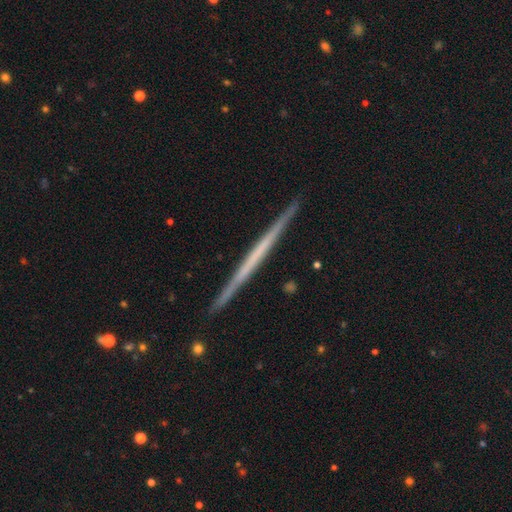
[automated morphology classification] featured or disk 65%, smooth 30%, star or artifact 5%. Down the decision tree: edge-on disk — yes (98%); edge-on bulge — none (93%); merging — none (92%).